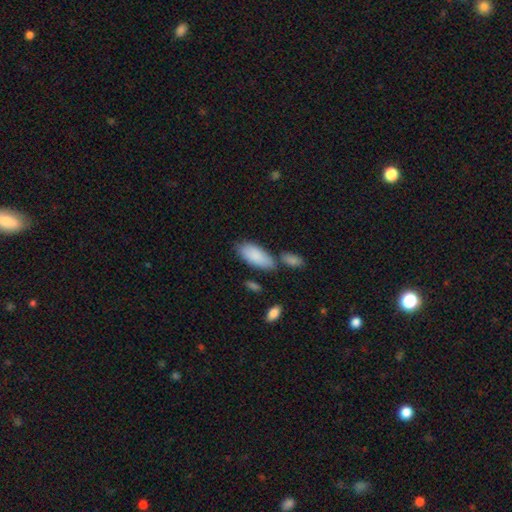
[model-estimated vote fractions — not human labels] Q: Smooth or featured?
A: smooth (87%); runner-up: featured or disk (7%)
Q: How rounded?
A: in between (87%); runner-up: cigar-shaped (11%)
Q: Merging?
A: none (60%); runner-up: merger (17%)